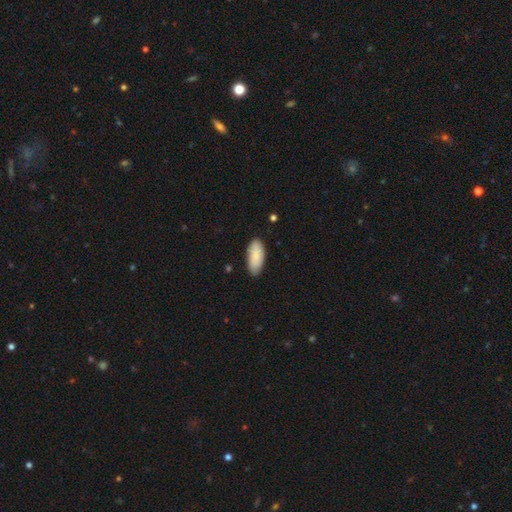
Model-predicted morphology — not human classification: A smooth galaxy with no disk features (86%) that is in between round and cigar-shaped (89%). Merging: none (81%).